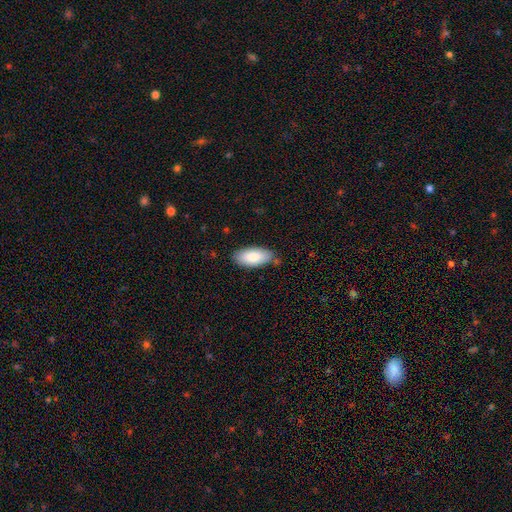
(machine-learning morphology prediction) Smooth or featured? smooth (84%)
How rounded? in between (91%)
Merging? none (80%)